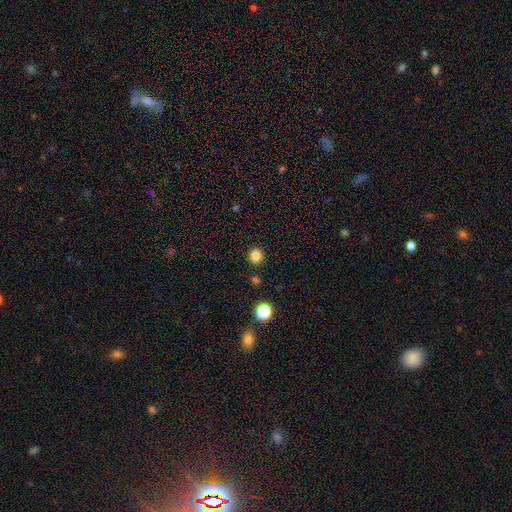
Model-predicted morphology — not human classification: Q: Smooth or featured?
A: smooth (82%); runner-up: star or artifact (13%)
Q: How rounded?
A: round (83%); runner-up: in between (16%)
Q: Merging?
A: none (89%); runner-up: minor disturbance (6%)